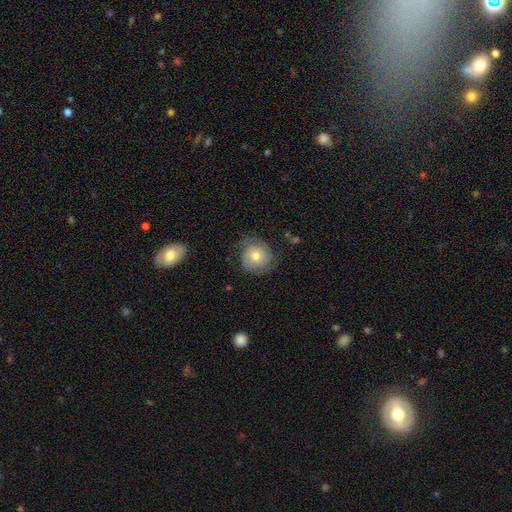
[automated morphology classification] This is likely a featured or disk galaxy (61%). It is clearly not viewed edge-on (97%). Bar: clearly no (80%). Spiral arm pattern: clearly yes (89%). Spiral arm count: likely 2 (71%). Spiral winding: possibly tight (52%). Central bulge: likely moderate (62%). Merging: likely none (69%).